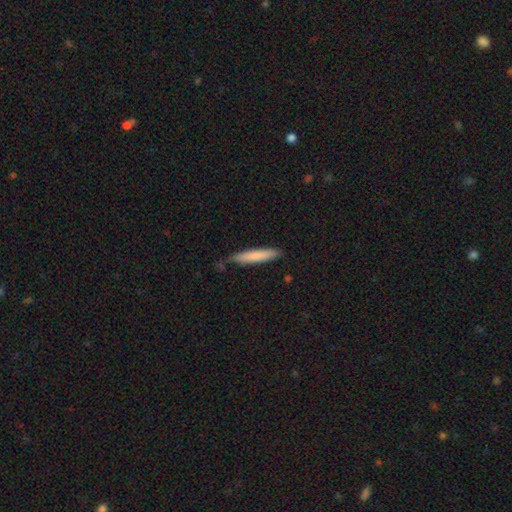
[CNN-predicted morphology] A smooth galaxy with no disk features (79%) that is cigar-shaped (91%). Merging: none (80%).